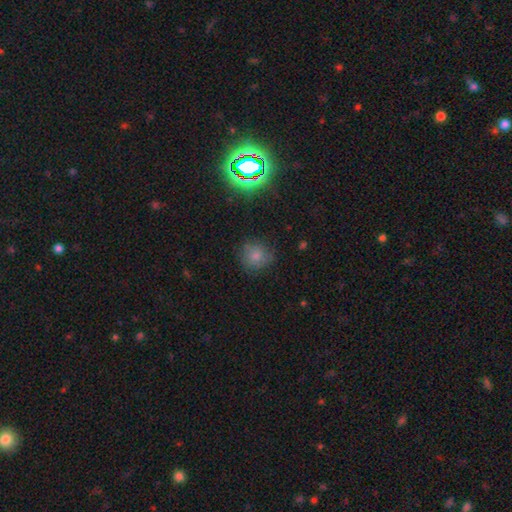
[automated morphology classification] Smooth or featured? Predicted: smooth (p=0.77). How rounded? Predicted: round (p=0.88). Merging? Predicted: none (p=0.77).